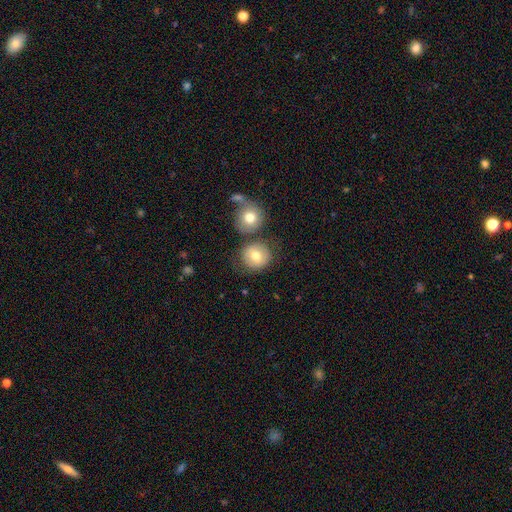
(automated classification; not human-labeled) Overall: smooth (74%). How rounded: round (88%). Merging: none (66%).